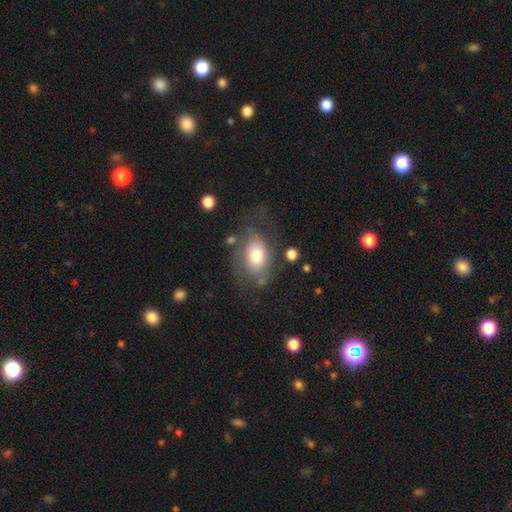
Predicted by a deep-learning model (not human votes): Overall: smooth (65%; featured or disk 27%). How rounded: in between (79%). Merging: none (47%; minor disturbance 25%).